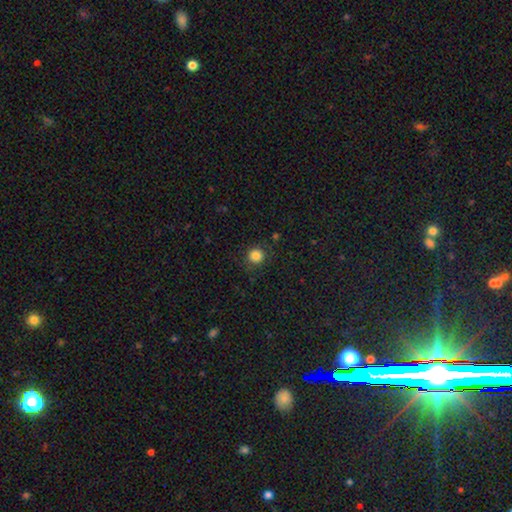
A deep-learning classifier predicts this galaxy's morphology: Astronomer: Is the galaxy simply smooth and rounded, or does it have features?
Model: smooth — 84%.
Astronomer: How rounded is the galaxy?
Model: round — 93%.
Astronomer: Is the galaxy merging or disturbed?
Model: none — 88%.